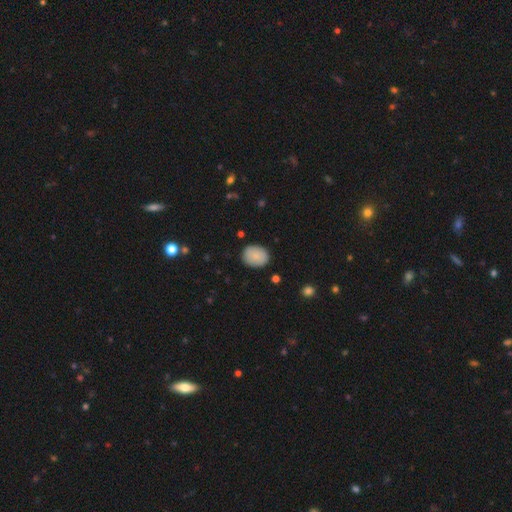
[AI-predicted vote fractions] A smooth galaxy with no disk features (86%) that is in between round and cigar-shaped (56%). Merging: none (86%).